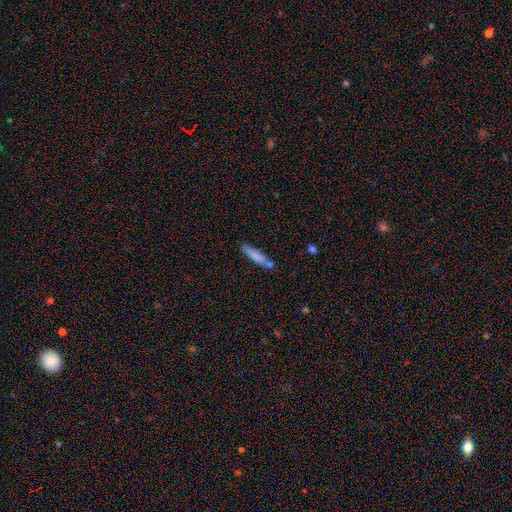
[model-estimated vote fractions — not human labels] Smooth or featured: smooth — 76% (featured or disk — 17%)
How rounded: cigar-shaped — 88% (in between — 11%)
Merging: none — 68% (minor disturbance — 16%)